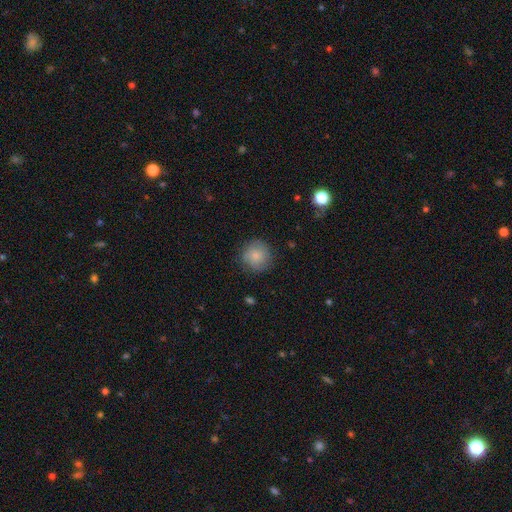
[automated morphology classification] Overall: smooth (83%). How rounded: round (93%). Merging: none (82%).